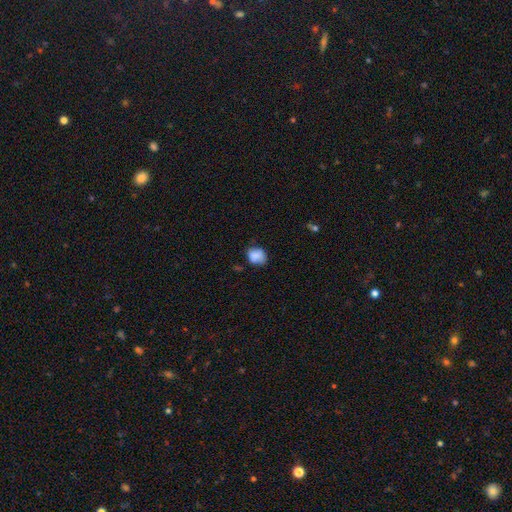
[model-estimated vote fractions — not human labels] smooth_or_featured: smooth (p=0.81) [alt: featured or disk p=0.10]
how_rounded: round (p=0.54) [alt: in between p=0.45]
merging: none (p=0.56) [alt: minor disturbance p=0.32]